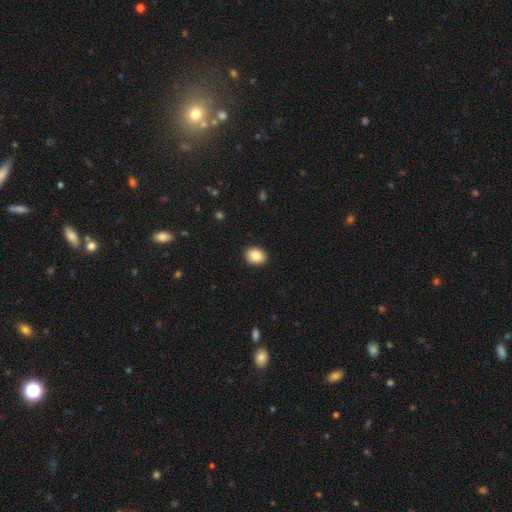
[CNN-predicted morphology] A smooth galaxy with no disk features (86%) that is in between round and cigar-shaped (52%). Merging: none (91%).